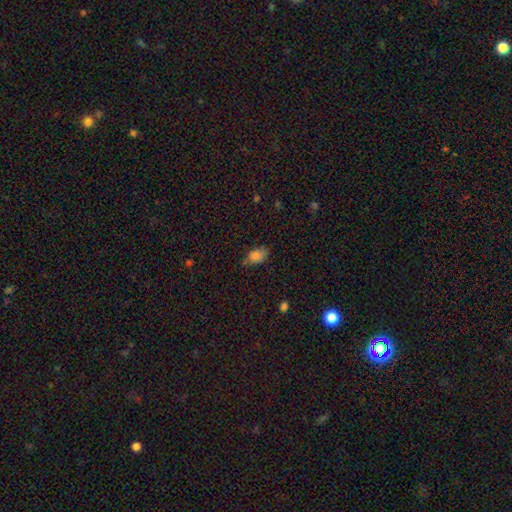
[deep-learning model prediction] Morphology: type=smooth (82%); roundness=in between (85%); merging=none (62%).